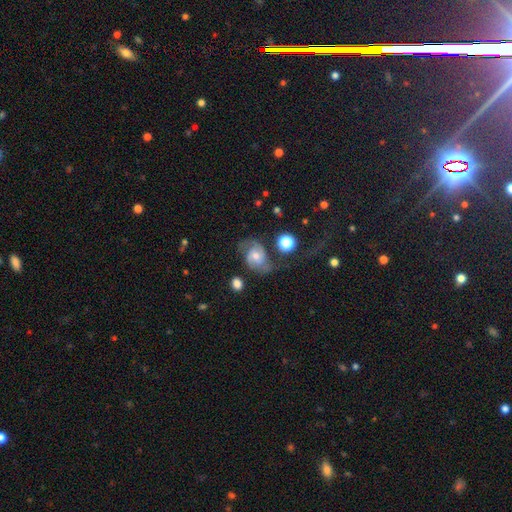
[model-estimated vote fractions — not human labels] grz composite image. It shows a featured or disk galaxy (71%) with no bar (60%), 2 (84%) medium (46%) spiral arms (92%) and a moderate central bulge (51%). Merging: none (54%).